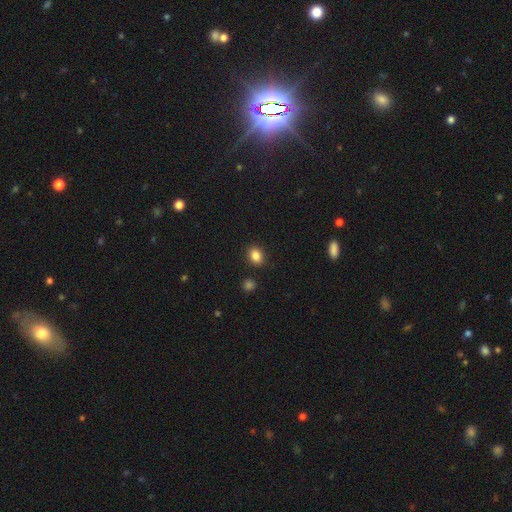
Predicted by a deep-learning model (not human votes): This is clearly a smooth galaxy (85%). How rounded: possibly in between (54%). Merging: clearly none (87%).